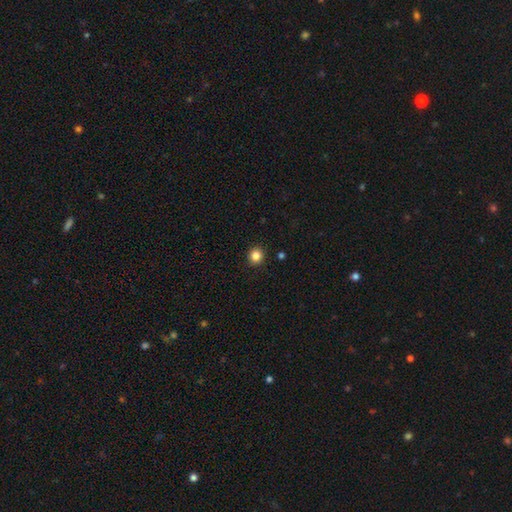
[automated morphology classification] Smooth or featured? Predicted: smooth (p=0.85). How rounded? Predicted: round (p=0.91). Merging? Predicted: none (p=0.93).